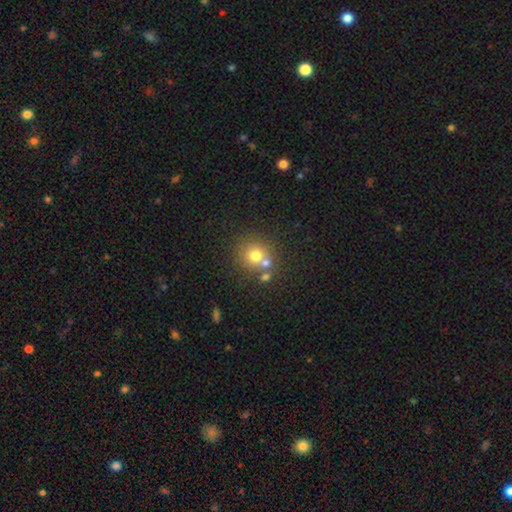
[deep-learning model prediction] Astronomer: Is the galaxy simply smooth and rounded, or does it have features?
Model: smooth — 66%.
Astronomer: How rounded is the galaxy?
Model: round — 89%.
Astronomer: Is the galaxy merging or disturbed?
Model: none — 62%.